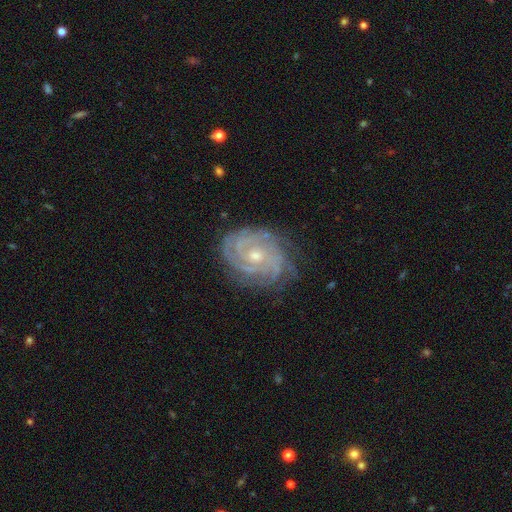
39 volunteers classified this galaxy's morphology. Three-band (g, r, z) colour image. It shows a featured or disk galaxy (79%) with no bar (74%), tight (80%) spiral arms (97%) and a moderate central bulge (58%). Merging: none (81%).